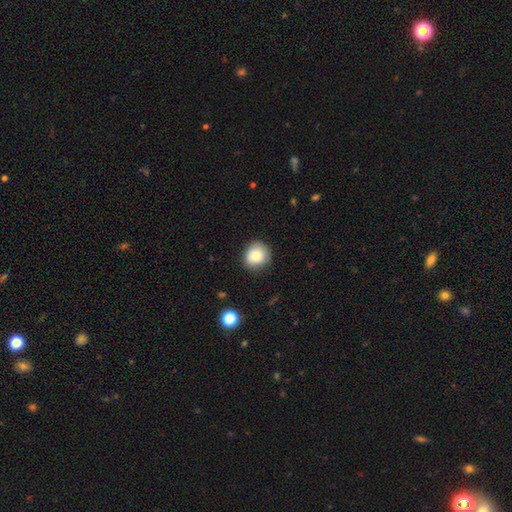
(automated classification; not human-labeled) Smooth or featured: smooth — 83% (star or artifact — 9%)
How rounded: round — 86% (in between — 13%)
Merging: none — 83% (minor disturbance — 13%)